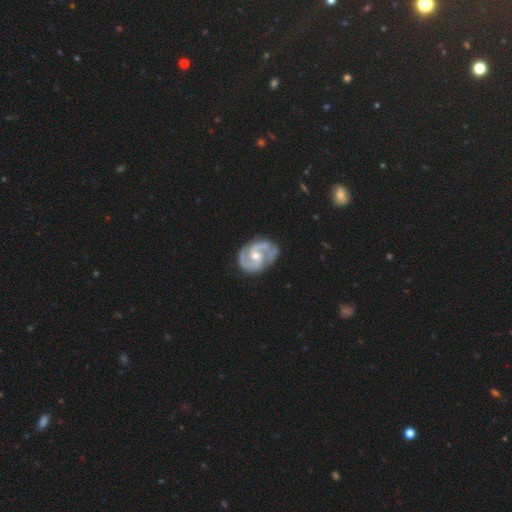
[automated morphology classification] Smooth or featured: featured or disk — 90% (smooth — 6%)
Edge-on disk: no — 98% (yes — 2%)
Bar: no — 47% (weak — 40%)
Spiral arms: yes — 97% (no — 3%)
Spiral winding: medium — 51% (tight — 39%)
Spiral arm count: 2 — 89% (3 — 4%)
Bulge size: moderate — 66% (small — 29%)
Merging: none — 75% (minor disturbance — 19%)